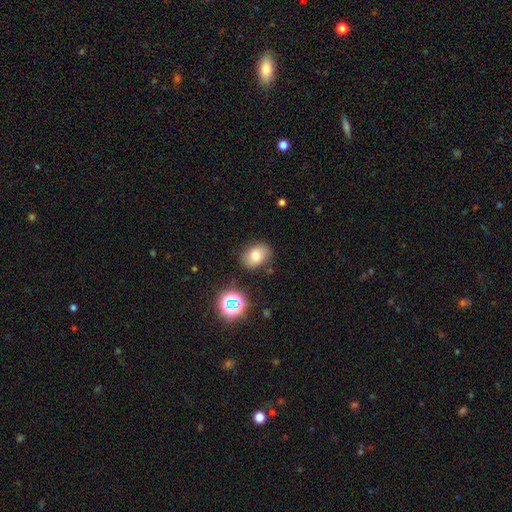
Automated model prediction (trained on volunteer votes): Morphology: type=smooth (72%); roundness=in between (70%); merging=none (80%).